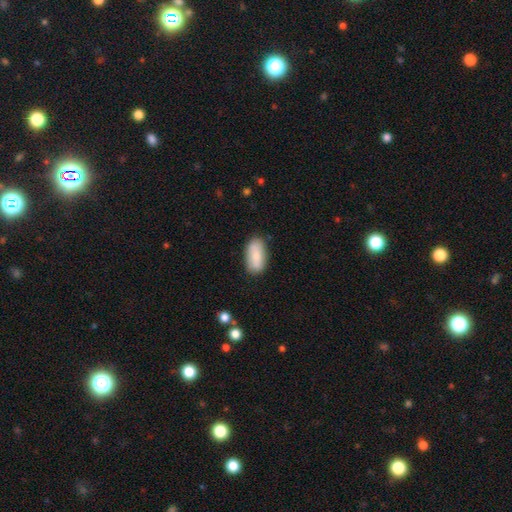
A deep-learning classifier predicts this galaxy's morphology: Overall: smooth (82%). How rounded: in between (90%). Merging: none (80%).